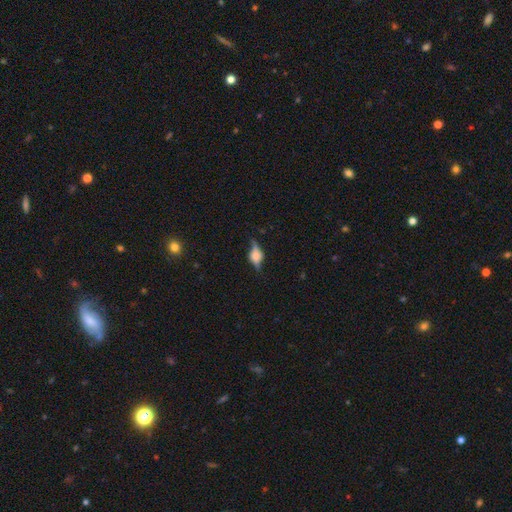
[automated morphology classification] Smooth or featured? featured or disk (67%)
Edge-on disk? yes (90%)
Edge-on bulge? rounded (82%)
Merging? none (71%)